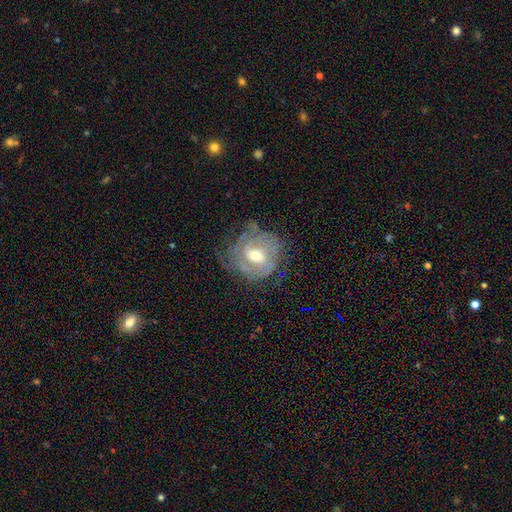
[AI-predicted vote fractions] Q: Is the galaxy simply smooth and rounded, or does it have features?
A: featured or disk — 81%.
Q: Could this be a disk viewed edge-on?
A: no — 97%.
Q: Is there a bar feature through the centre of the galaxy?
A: weak — 50%.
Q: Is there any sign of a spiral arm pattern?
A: yes — 89%.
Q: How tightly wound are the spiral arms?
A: tight — 68%.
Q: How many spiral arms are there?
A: can't tell — 38%.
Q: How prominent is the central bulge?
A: moderate — 71%.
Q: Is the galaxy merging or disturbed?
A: none — 68%.